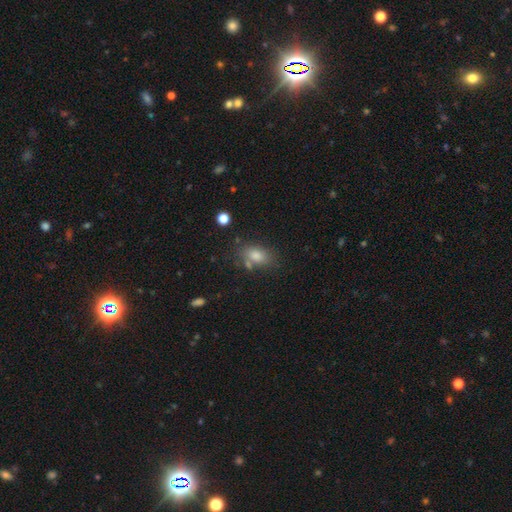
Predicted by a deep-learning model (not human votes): smooth 77%, star or artifact 13%, featured or disk 10%. Down the decision tree: how rounded — in between (81%); merging — none (72%).